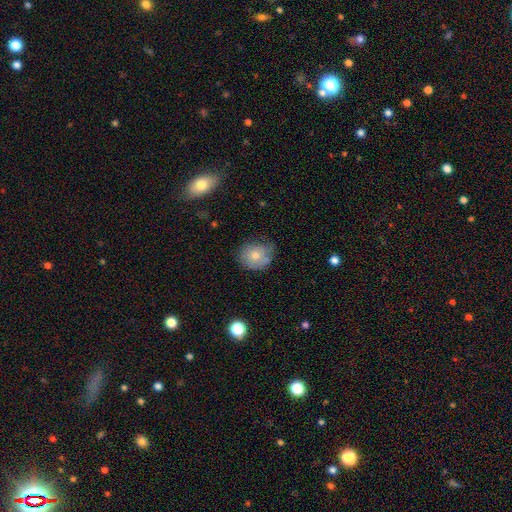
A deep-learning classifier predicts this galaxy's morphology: The model was most divided on "merging": none: 59%, minor disturbance: 31%, major disturbance: 8%, merger: 3%. More confident: smooth or featured — smooth (76%); how rounded — round (64%).